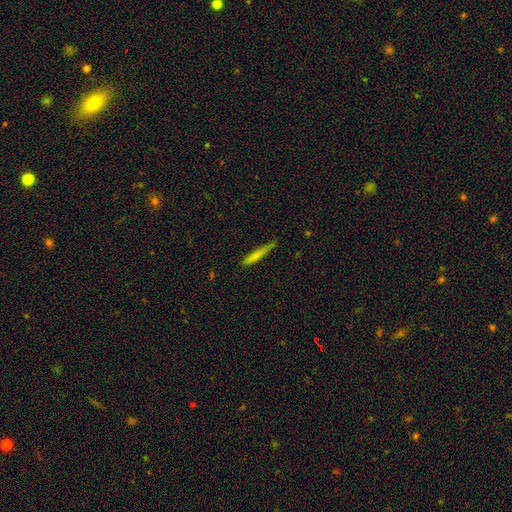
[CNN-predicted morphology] Q: Smooth or featured?
A: smooth (71%); runner-up: featured or disk (21%)
Q: How rounded?
A: cigar-shaped (94%); runner-up: in between (5%)
Q: Merging?
A: none (69%); runner-up: minor disturbance (24%)